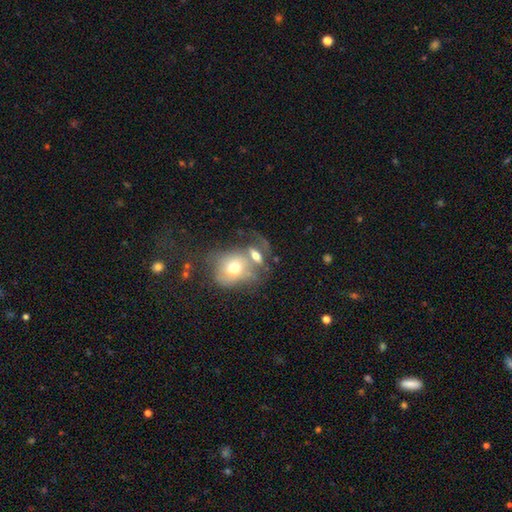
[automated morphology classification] smooth-or-featured: smooth: 52% | featured or disk: 37% | star or artifact: 11%
  how-rounded: in between: 64% | round: 30% | cigar-shaped: 6%
  merging: merger: 52% | none: 23% | major disturbance: 14% | minor disturbance: 11%